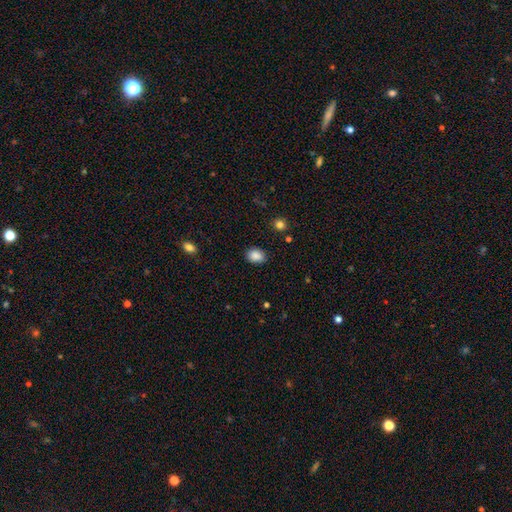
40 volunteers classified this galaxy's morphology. Smooth or featured? smooth (98%)
How rounded? round (51%)
Merging? none (88%)